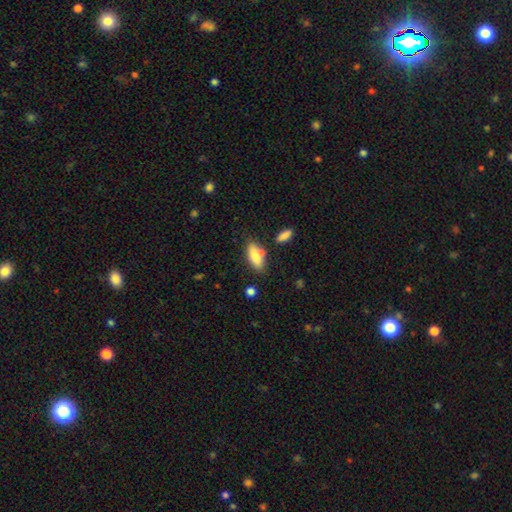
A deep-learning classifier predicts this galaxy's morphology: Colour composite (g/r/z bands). It shows a smooth galaxy with no disk features (79%) that is in between round and cigar-shaped (74%). Merging: none (65%).